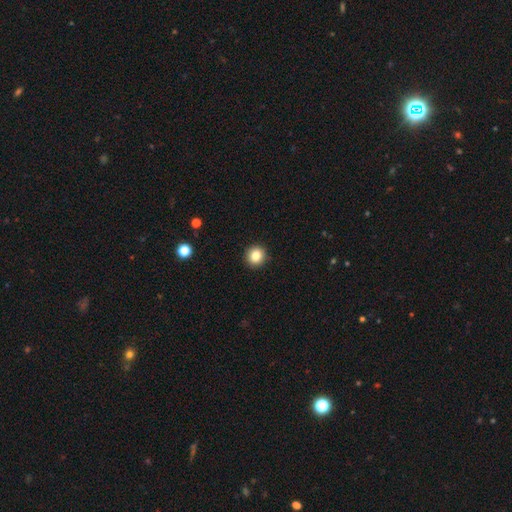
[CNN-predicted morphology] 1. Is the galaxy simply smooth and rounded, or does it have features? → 83% smooth, 11% star or artifact, 6% featured or disk.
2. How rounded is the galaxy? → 93% round, 6% in between, 1% cigar-shaped.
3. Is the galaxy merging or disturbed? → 93% none, 4% minor disturbance, 1% major disturbance, 1% merger.